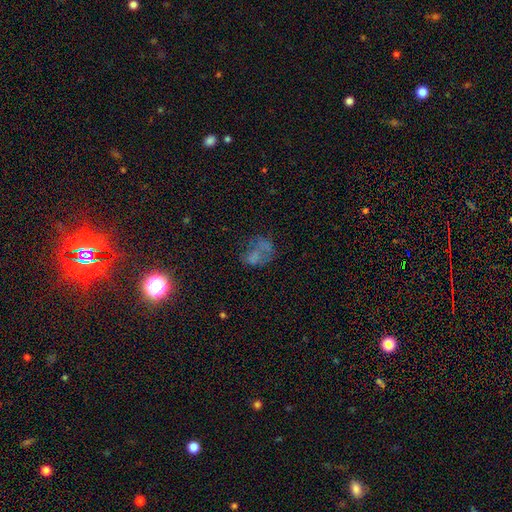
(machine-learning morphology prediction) Smooth or featured: smooth — 47% (featured or disk — 33%)
Merging: none — 38% (major disturbance — 28%)